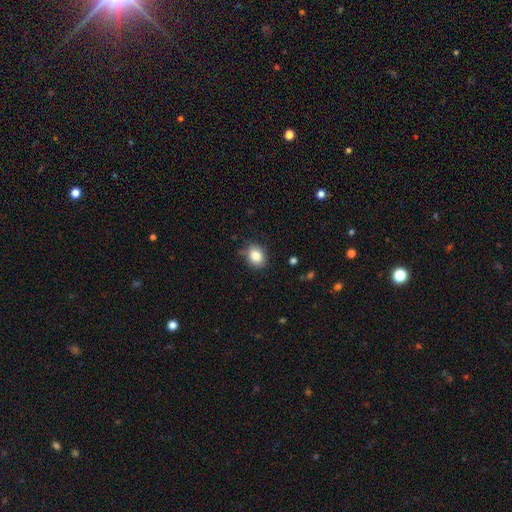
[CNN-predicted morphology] This is clearly a smooth galaxy (85%). How rounded: possibly round (51%). Merging: likely none (75%).